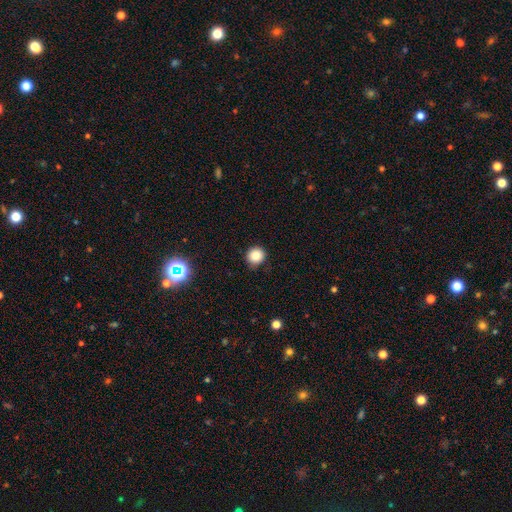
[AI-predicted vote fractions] This is clearly a smooth galaxy (84%). How rounded: clearly round (93%). Merging: clearly none (88%).